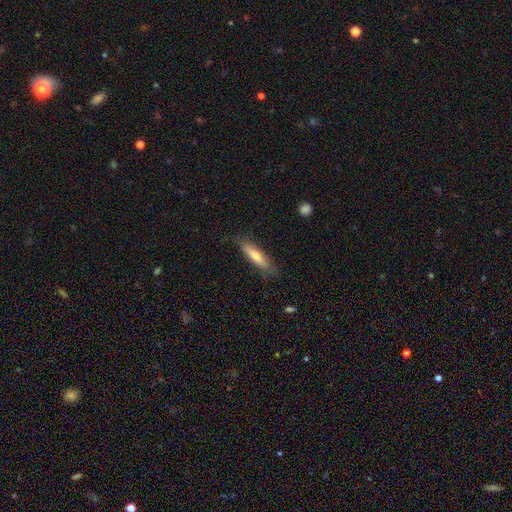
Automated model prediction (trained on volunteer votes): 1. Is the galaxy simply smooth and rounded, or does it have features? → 59% smooth, 35% featured or disk, 6% star or artifact.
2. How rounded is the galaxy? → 80% cigar-shaped, 18% in between, 2% round.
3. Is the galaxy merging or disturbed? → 83% none, 13% minor disturbance, 3% major disturbance, 1% merger.